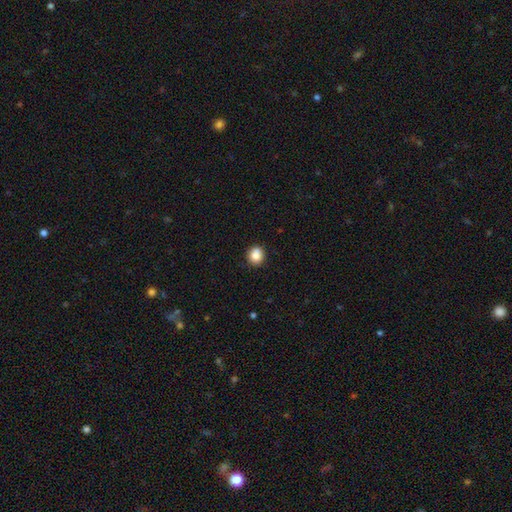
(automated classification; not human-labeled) A smooth galaxy with no disk features (84%) that is round (82%). Merging: none (82%).